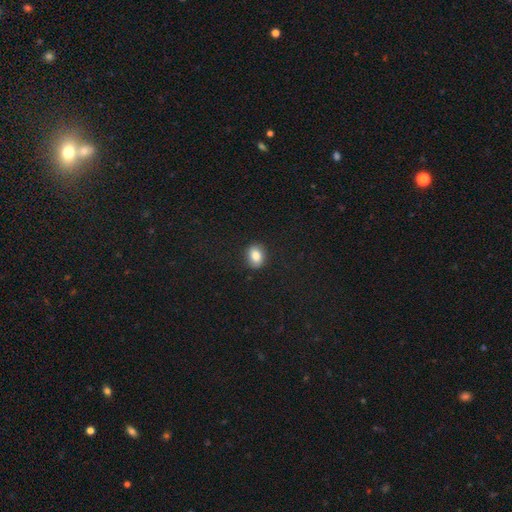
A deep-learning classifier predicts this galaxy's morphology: Smooth or featured?
  - smooth: 83% *
  - star or artifact: 9%
  - featured or disk: 8%
How rounded?
  - in between: 63% *
  - round: 36%
  - cigar-shaped: 1%
Merging?
  - none: 87% *
  - minor disturbance: 10%
  - major disturbance: 2%
  - merger: 1%